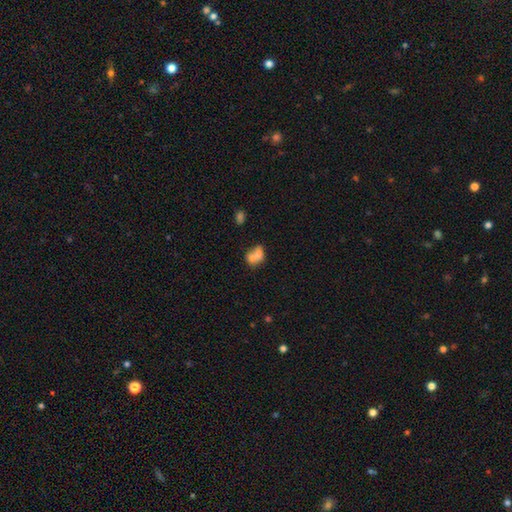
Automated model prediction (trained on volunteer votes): Smooth or featured? smooth (68%)
How rounded? in between (58%)
Merging? merger (66%)